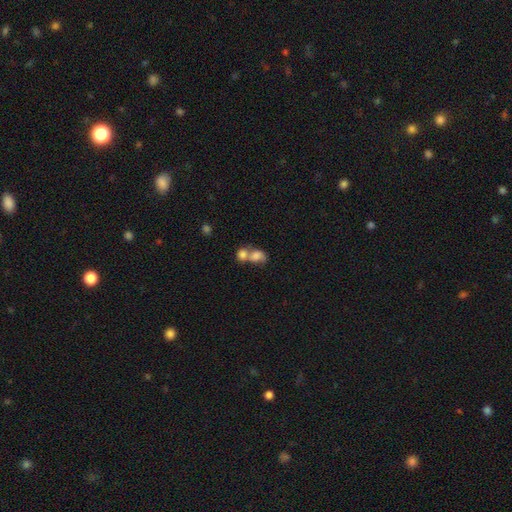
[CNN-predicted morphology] Overall: smooth (75%). How rounded: in between (56%; round 42%). Merging: merger (74%).